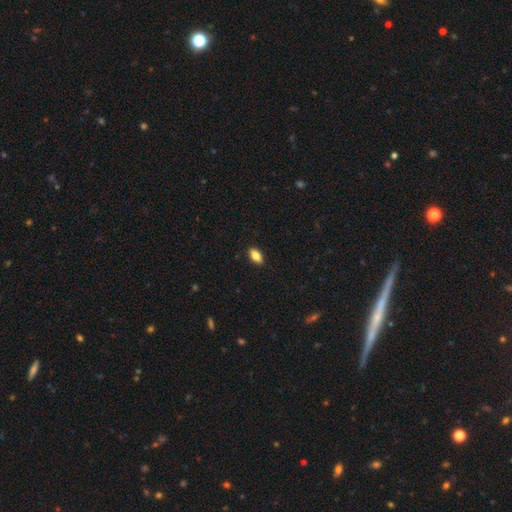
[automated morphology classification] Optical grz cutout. It shows a smooth galaxy with no disk features (78%) that is in between round and cigar-shaped (87%). Merging: none (89%).